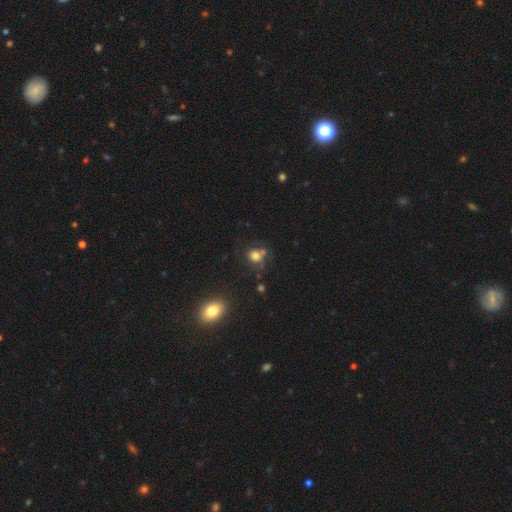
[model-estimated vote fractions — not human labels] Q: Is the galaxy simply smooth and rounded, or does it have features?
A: smooth — 73%.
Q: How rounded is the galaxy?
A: round — 72%.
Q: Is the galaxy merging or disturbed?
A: none — 56%.